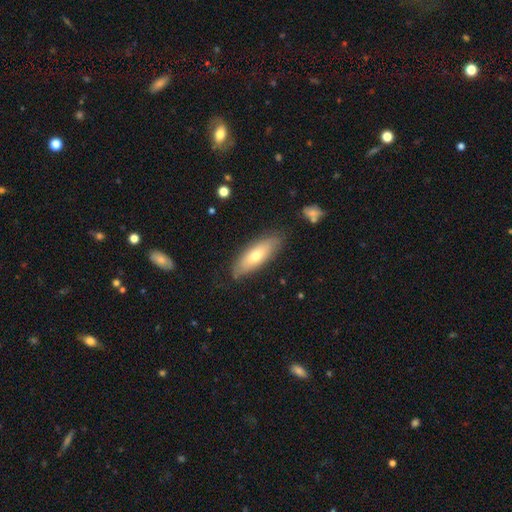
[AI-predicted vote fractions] Smooth or featured?
  - smooth: 62% *
  - featured or disk: 31%
  - star or artifact: 6%
How rounded?
  - in between: 61% *
  - cigar-shaped: 37%
  - round: 2%
Merging?
  - none: 82% *
  - minor disturbance: 14%
  - major disturbance: 3%
  - merger: 2%